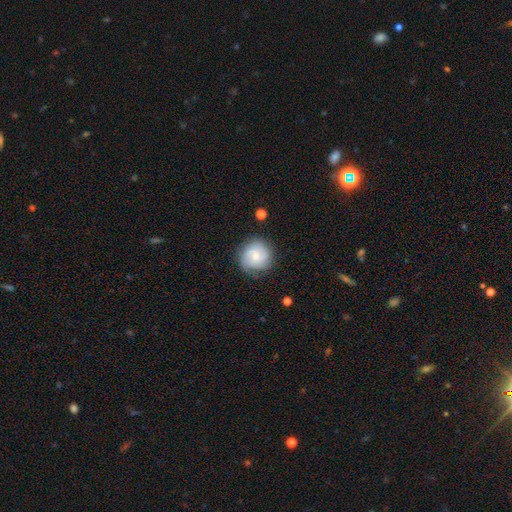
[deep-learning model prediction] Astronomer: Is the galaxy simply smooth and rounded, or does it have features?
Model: smooth — 57% (runner-up: featured or disk, 35%).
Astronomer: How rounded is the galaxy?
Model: round — 91%.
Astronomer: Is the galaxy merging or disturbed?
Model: none — 77%.